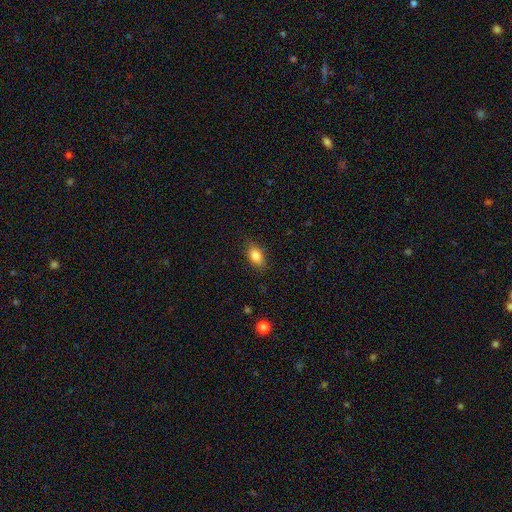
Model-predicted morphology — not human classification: Q: Smooth or featured?
A: smooth (84%); runner-up: star or artifact (8%)
Q: How rounded?
A: in between (86%); runner-up: round (11%)
Q: Merging?
A: none (85%); runner-up: minor disturbance (12%)